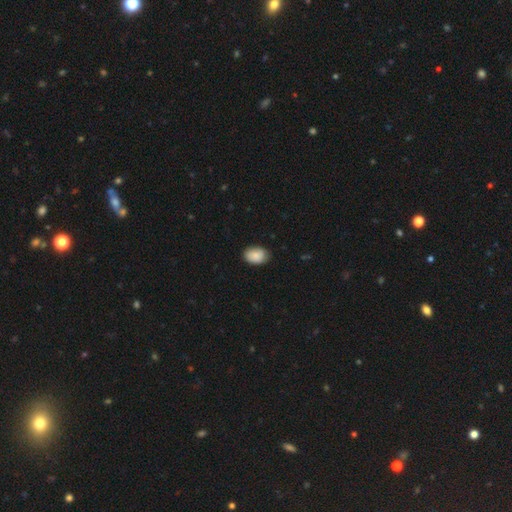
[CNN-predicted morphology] A smooth galaxy with no disk features (88%) that is in between round and cigar-shaped (83%).

Vote fractions:
- Smooth or featured? smooth: 88% / star or artifact: 7% / featured or disk: 6%
- How rounded? in between: 83% / round: 16% / cigar-shaped: 1%
- Merging? none: 82% / minor disturbance: 15% / major disturbance: 2% / merger: 1%